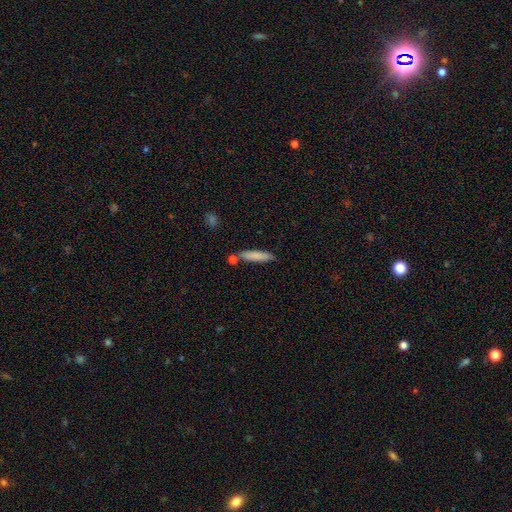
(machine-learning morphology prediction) smooth 80%, featured or disk 14%, star or artifact 6%. Down the decision tree: how rounded — cigar-shaped (85%); merging — none (75%).